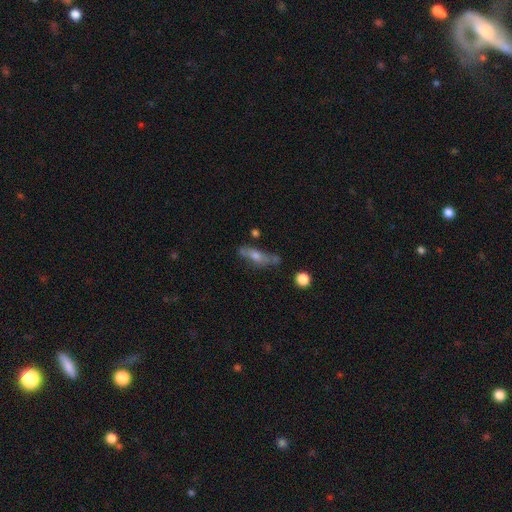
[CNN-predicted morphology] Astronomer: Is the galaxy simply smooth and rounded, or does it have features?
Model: featured or disk — 47% (runner-up: smooth, 42%).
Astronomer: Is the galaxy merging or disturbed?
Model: none — 60%.